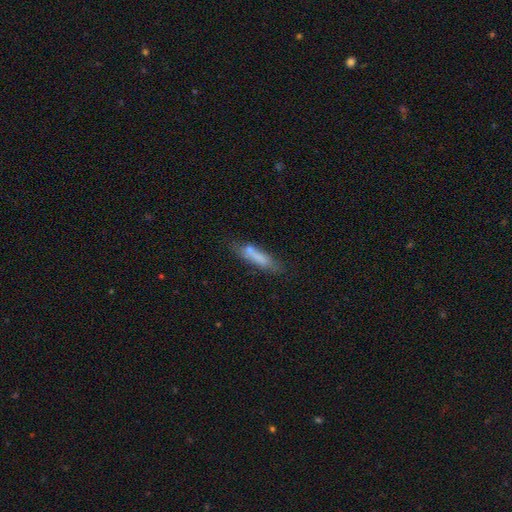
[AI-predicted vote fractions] Smooth or featured? Predicted: smooth (p=0.69). How rounded? Predicted: cigar-shaped (p=0.75). Merging? Predicted: none (p=0.60).